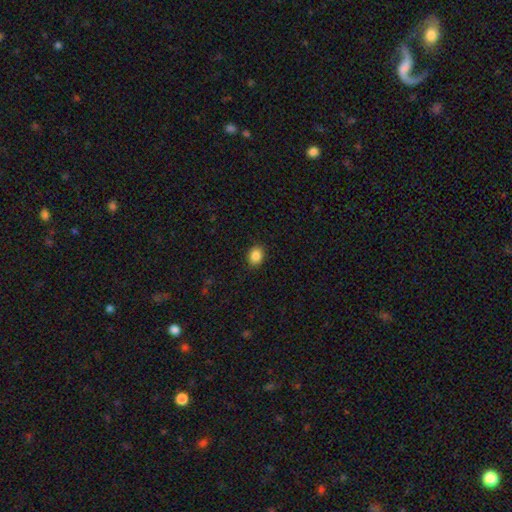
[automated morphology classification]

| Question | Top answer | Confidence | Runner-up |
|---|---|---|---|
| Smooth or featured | smooth | 87% | star or artifact (9%) |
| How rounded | in between | 52% | round (47%) |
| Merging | none | 89% | minor disturbance (8%) |